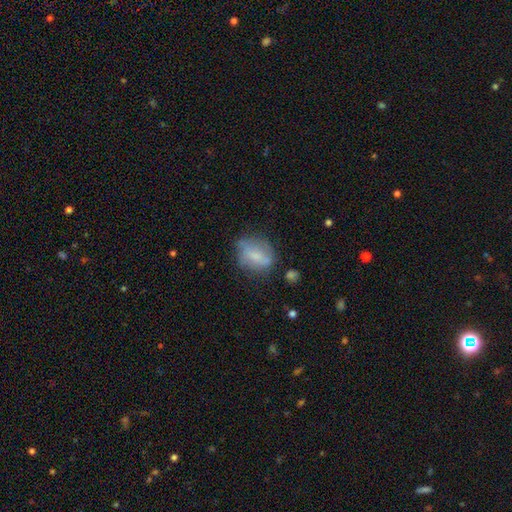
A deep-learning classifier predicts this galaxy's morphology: This is possibly a smooth galaxy (55%). How rounded: likely in between (63%). Merging: possibly none (54%).